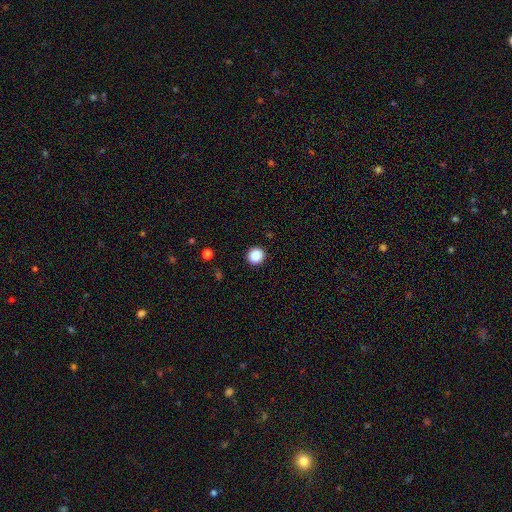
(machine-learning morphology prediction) smooth_or_featured: smooth (p=0.87) [alt: star or artifact p=0.10]
how_rounded: round (p=0.93) [alt: in between p=0.06]
merging: none (p=0.92) [alt: minor disturbance p=0.05]